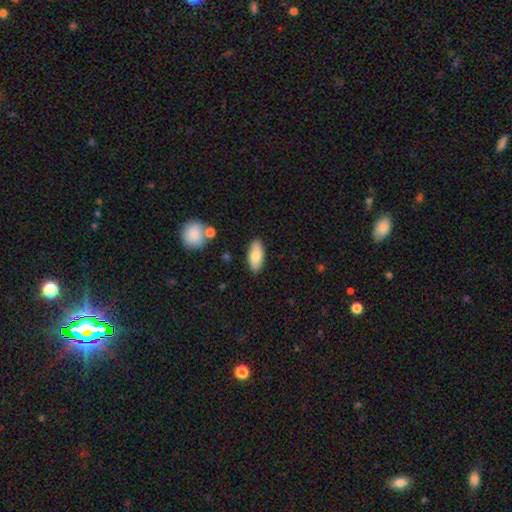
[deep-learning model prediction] The model was most divided on "smooth or featured": smooth: 81%, featured or disk: 12%, star or artifact: 6%. More confident: merging — none (85%); how rounded — in between (84%).